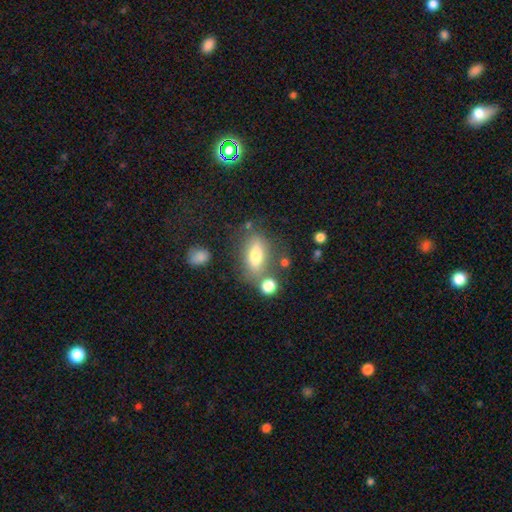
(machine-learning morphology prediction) smooth-or-featured: smooth: 68% | featured or disk: 23% | star or artifact: 9%
  how-rounded: in between: 77% | cigar-shaped: 15% | round: 8%
  merging: none: 64% | minor disturbance: 16% | merger: 13% | major disturbance: 7%